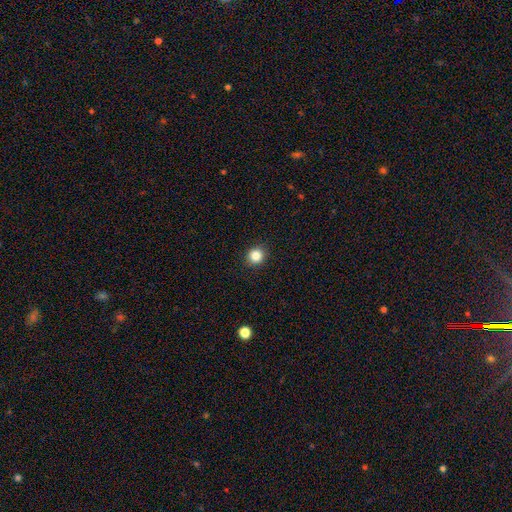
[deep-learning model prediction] smooth_or_featured: smooth (p=0.85) [alt: star or artifact p=0.11]
how_rounded: round (p=0.88) [alt: in between p=0.11]
merging: none (p=0.92) [alt: minor disturbance p=0.05]